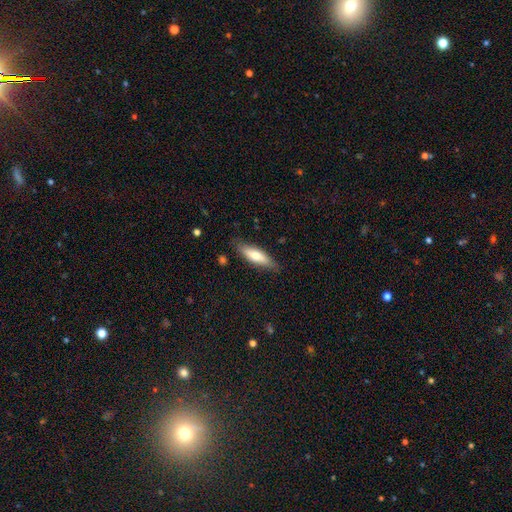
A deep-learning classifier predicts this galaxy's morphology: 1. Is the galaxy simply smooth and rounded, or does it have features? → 65% smooth, 29% featured or disk, 6% star or artifact.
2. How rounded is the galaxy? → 56% cigar-shaped, 42% in between, 2% round.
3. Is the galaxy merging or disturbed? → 82% none, 14% minor disturbance, 3% major disturbance, 1% merger.